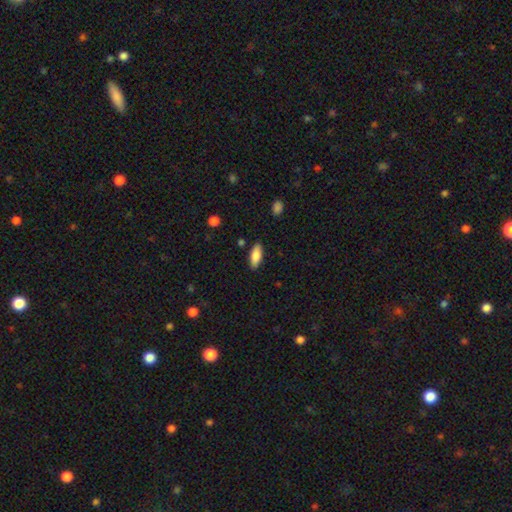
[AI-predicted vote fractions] The model was most divided on "how rounded": in between: 77%, cigar-shaped: 21%, round: 2%. More confident: merging — none (86%); smooth or featured — smooth (83%).